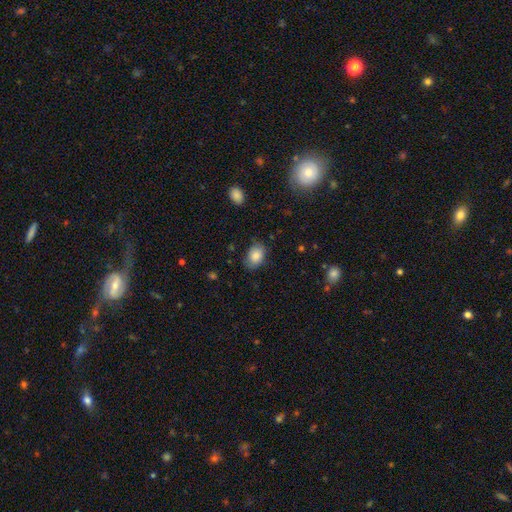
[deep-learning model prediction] Smooth or featured?
  - smooth: 86% *
  - star or artifact: 8%
  - featured or disk: 6%
How rounded?
  - in between: 80% *
  - round: 19%
  - cigar-shaped: 1%
Merging?
  - none: 75% *
  - minor disturbance: 20%
  - major disturbance: 4%
  - merger: 1%